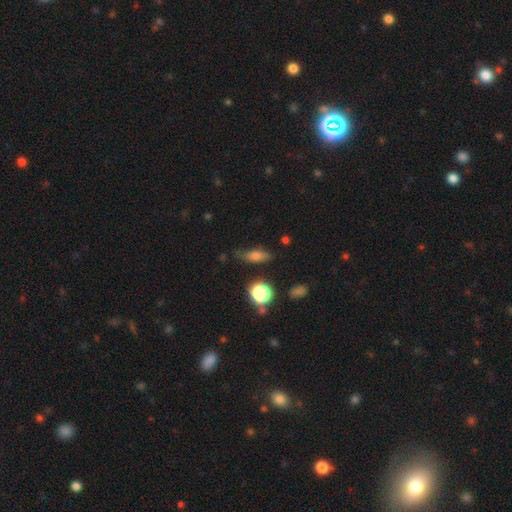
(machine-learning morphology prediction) type=smooth (67%); roundness=in between (55%); merging=none (73%).